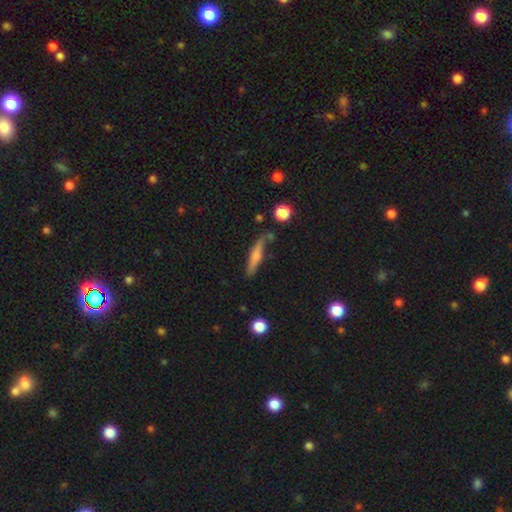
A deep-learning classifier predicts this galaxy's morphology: This appears to be a smooth galaxy with no disk features (58%) that is cigar-shaped (85%). Merging: none (68%).